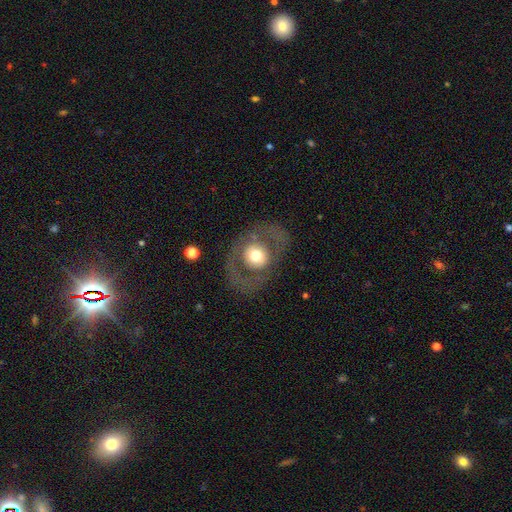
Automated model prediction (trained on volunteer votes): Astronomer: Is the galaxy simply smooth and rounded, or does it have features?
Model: smooth — 47% (runner-up: featured or disk, 46%).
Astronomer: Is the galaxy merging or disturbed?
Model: none — 78%.